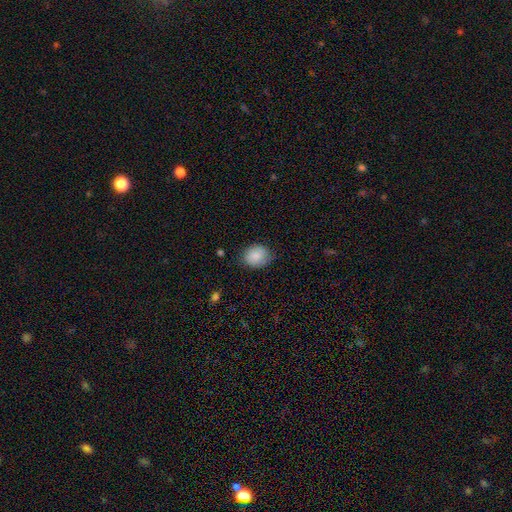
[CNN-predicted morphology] smooth_or_featured: smooth (p=0.83) [alt: featured or disk p=0.10]
how_rounded: round (p=0.59) [alt: in between p=0.40]
merging: none (p=0.73) [alt: minor disturbance p=0.21]